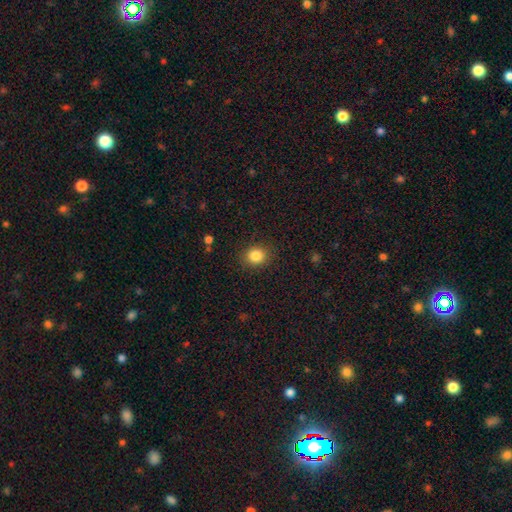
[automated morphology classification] smooth_or_featured: smooth (p=0.84) [alt: star or artifact p=0.11]
how_rounded: round (p=0.75) [alt: in between p=0.24]
merging: none (p=0.87) [alt: minor disturbance p=0.09]